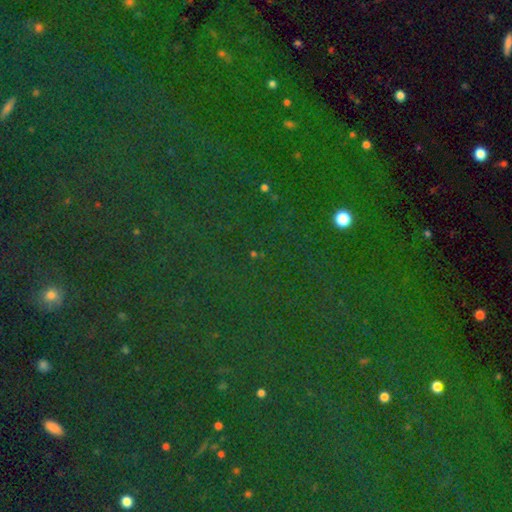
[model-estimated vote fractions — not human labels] The model was most divided on "smooth or featured": star or artifact: 82%, smooth: 11%, featured or disk: 8%.